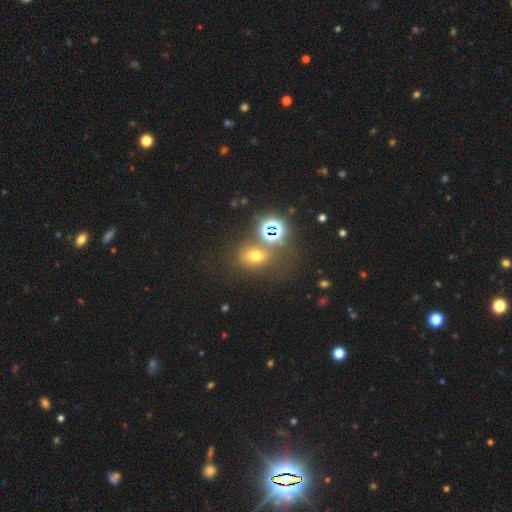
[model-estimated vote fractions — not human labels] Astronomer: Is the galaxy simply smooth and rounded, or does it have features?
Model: smooth — 56% (runner-up: star or artifact, 32%).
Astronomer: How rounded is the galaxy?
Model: in between — 51% (runner-up: round, 48%).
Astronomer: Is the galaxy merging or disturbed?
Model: none — 59%.